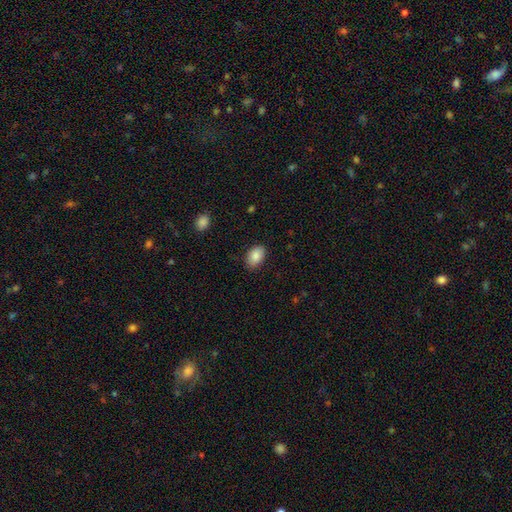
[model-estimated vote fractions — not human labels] The model was most divided on "merging": none: 85%, minor disturbance: 12%, major disturbance: 3%, merger: 1%. More confident: how rounded — in between (89%); smooth or featured — smooth (88%).